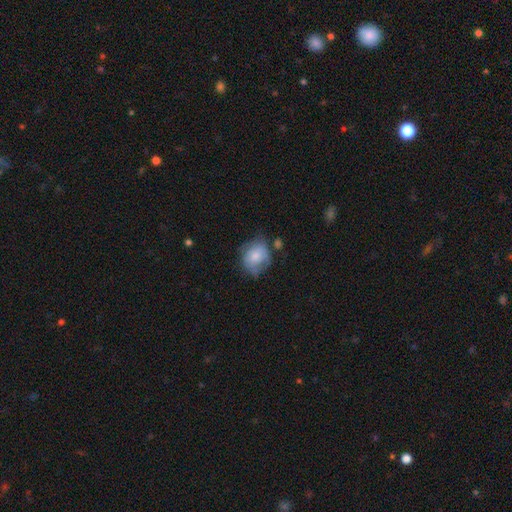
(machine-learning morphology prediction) Smooth or featured: smooth — 68% (featured or disk — 25%)
How rounded: round — 60% (in between — 39%)
Merging: none — 49% (minor disturbance — 32%)